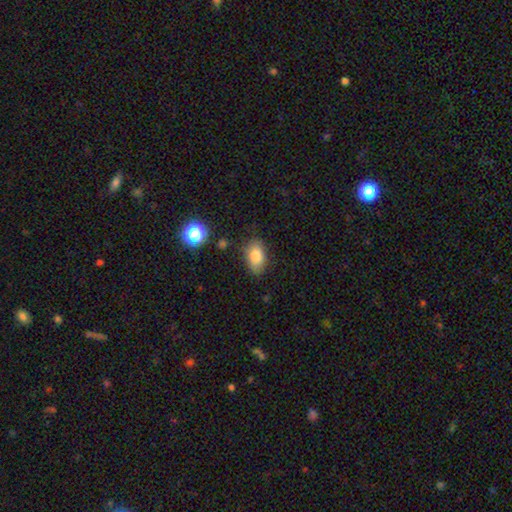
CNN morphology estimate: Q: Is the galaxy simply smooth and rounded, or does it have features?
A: smooth — 83%.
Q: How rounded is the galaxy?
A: in between — 89%.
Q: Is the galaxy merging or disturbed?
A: none — 80%.